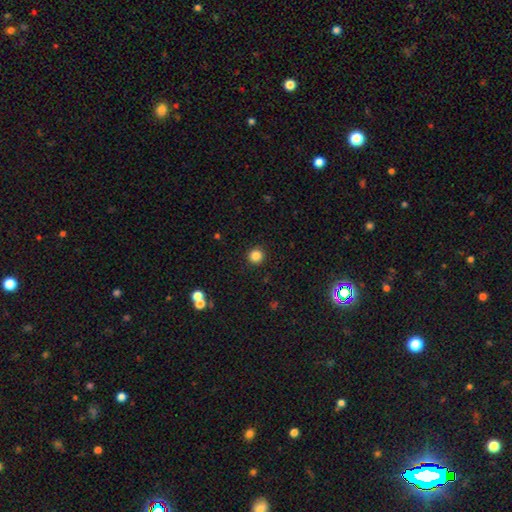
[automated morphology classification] Smooth or featured?
  - smooth: 84% *
  - star or artifact: 12%
  - featured or disk: 4%
How rounded?
  - round: 95% *
  - in between: 4%
  - cigar-shaped: 1%
Merging?
  - none: 93% *
  - minor disturbance: 4%
  - major disturbance: 2%
  - merger: 1%